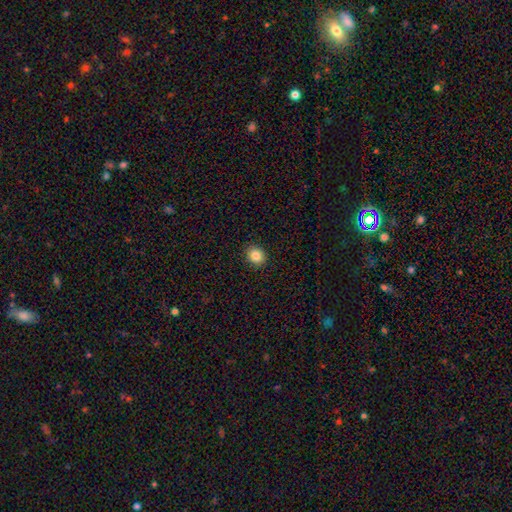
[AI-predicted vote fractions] smooth 86%, star or artifact 10%, featured or disk 5%. Down the decision tree: how rounded — round (66%); merging — none (91%).